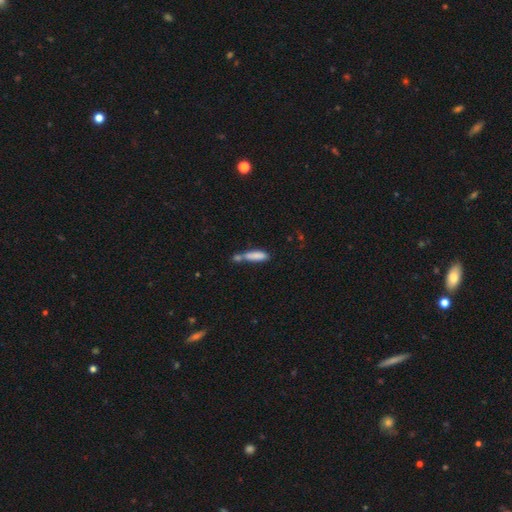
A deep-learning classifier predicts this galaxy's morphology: smooth 80%, featured or disk 12%, star or artifact 8%. Down the decision tree: how rounded — cigar-shaped (65%); merging — merger (45%).